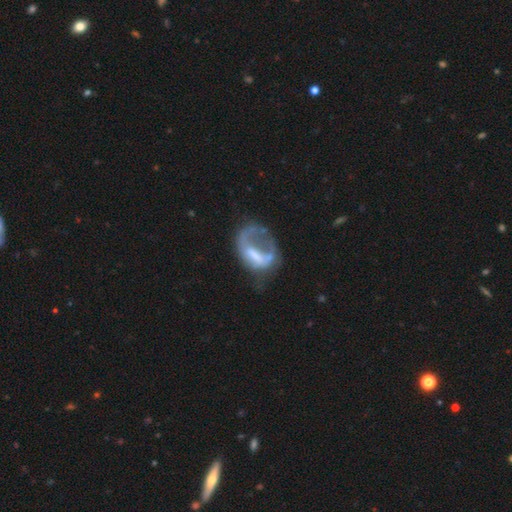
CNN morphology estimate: Smooth or featured?
  - featured or disk: 59% *
  - smooth: 32%
  - star or artifact: 9%
Edge-on disk?
  - no: 96% *
  - yes: 4%
Bar?
  - no: 48% *
  - weak: 34%
  - strong: 18%
Spiral arms?
  - no: 57% *
  - yes: 43%
Bulge size?
  - none: 32% * (tied)
  - moderate: 32% * (tied)
  - small: 25%
  - large: 9%
  - dominant: 2%
Merging?
  - major disturbance: 51% *
  - none: 26%
  - minor disturbance: 17%
  - merger: 7%